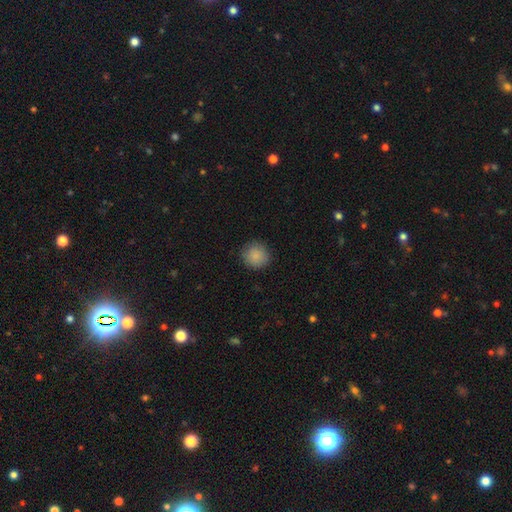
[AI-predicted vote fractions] smooth 88%, star or artifact 8%, featured or disk 4%. Down the decision tree: how rounded — round (92%); merging — none (89%).